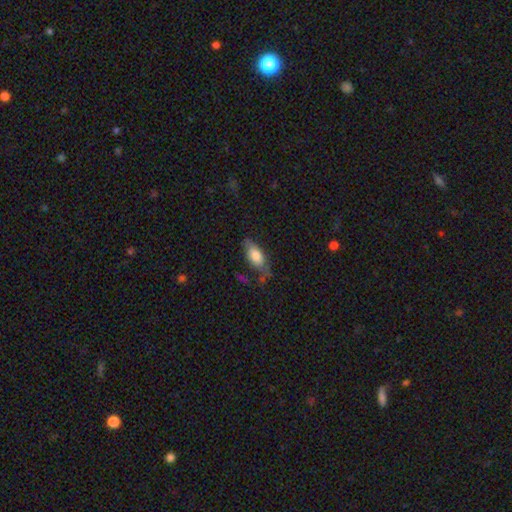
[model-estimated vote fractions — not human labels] Overall: smooth (72%). How rounded: in between (86%). Merging: none (54%; minor disturbance 30%).